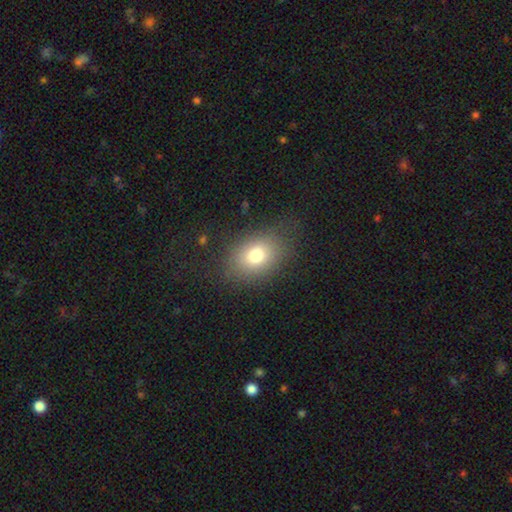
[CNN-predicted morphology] smooth 76%, featured or disk 12%, star or artifact 12%. Down the decision tree: how rounded — in between (70%); merging — none (78%).